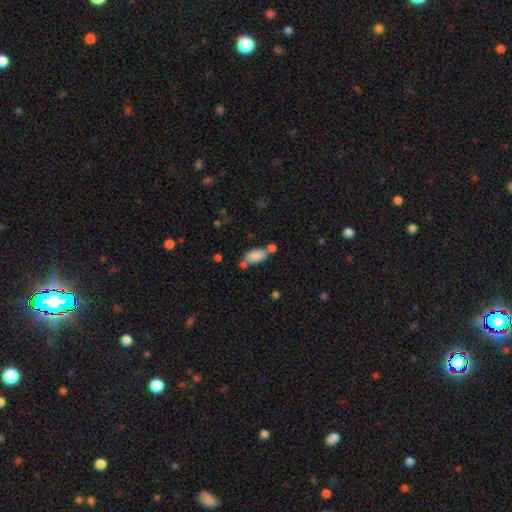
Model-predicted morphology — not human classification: This appears to be a smooth galaxy with no disk features (83%) that is in between round and cigar-shaped (91%). Merging: none (48%).